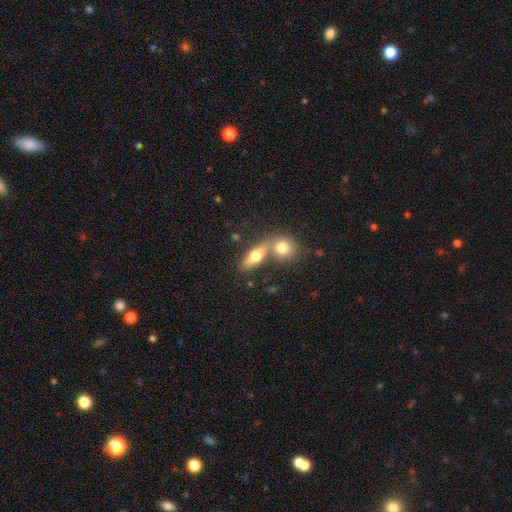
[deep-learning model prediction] Smooth or featured?
  - smooth: 68% *
  - featured or disk: 25%
  - star or artifact: 7%
How rounded?
  - in between: 67% *
  - cigar-shaped: 20%
  - round: 13%
Merging?
  - merger: 51% *
  - none: 38%
  - minor disturbance: 8%
  - major disturbance: 4%